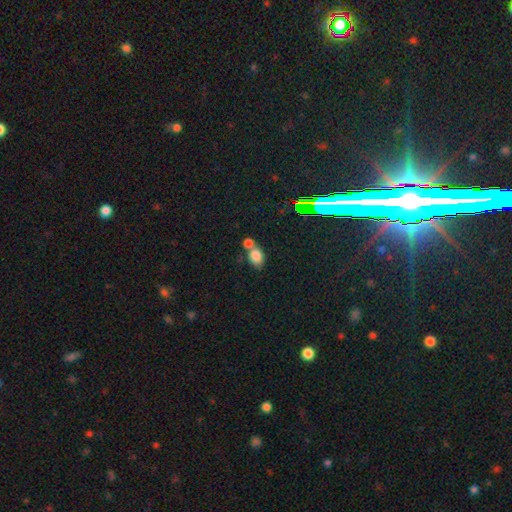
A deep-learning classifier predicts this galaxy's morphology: type=smooth (79%); roundness=in between (74%); merging=merger (50%).